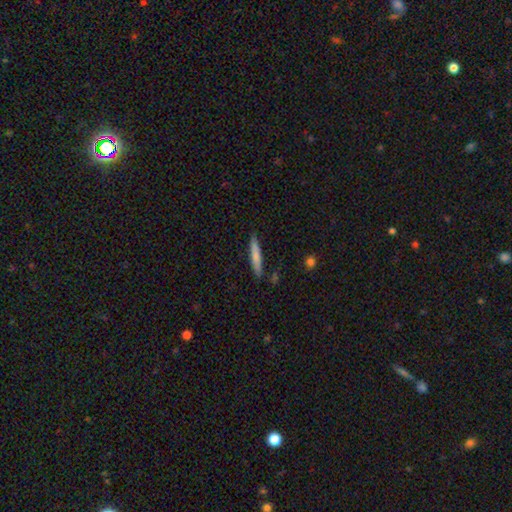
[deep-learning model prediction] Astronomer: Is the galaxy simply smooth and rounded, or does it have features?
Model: smooth — 75%.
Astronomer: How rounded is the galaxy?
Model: cigar-shaped — 93%.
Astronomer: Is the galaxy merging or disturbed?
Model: none — 86%.